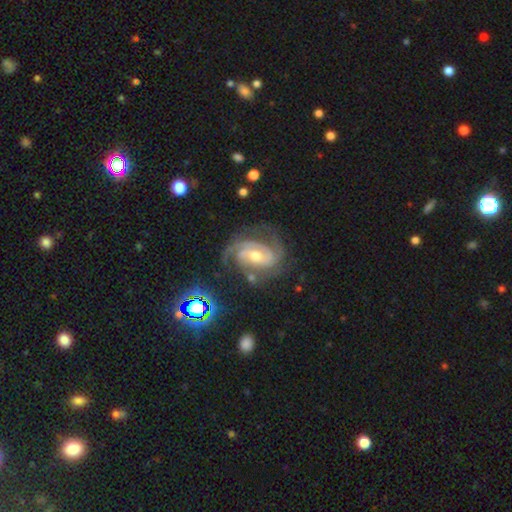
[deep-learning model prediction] Smooth or featured: featured or disk — 89% (star or artifact — 6%)
Edge-on disk: no — 97% (yes — 3%)
Bar: weak — 44% (no — 35%)
Spiral arms: yes — 98% (no — 2%)
Spiral winding: tight — 53% (medium — 40%)
Spiral arm count: 2 — 40% (3 — 34%)
Bulge size: moderate — 62% (small — 33%)
Merging: none — 66% (minor disturbance — 19%)